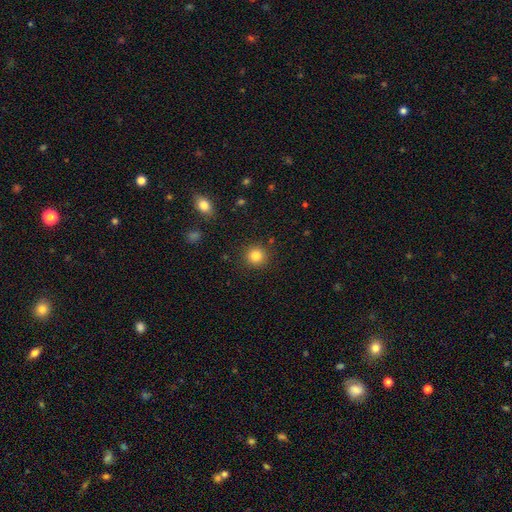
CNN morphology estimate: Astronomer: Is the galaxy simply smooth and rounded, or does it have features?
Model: smooth — 83%.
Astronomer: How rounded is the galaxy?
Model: round — 93%.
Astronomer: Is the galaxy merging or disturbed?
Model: none — 89%.